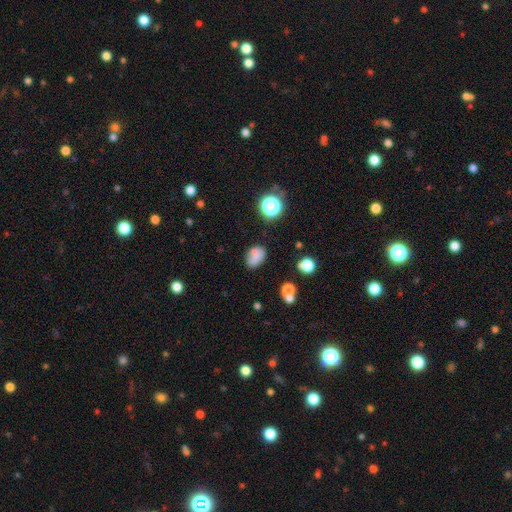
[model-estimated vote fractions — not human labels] Smooth or featured? Predicted: smooth (p=0.72). How rounded? Predicted: in between (p=0.75). Merging? Predicted: none (p=0.60).